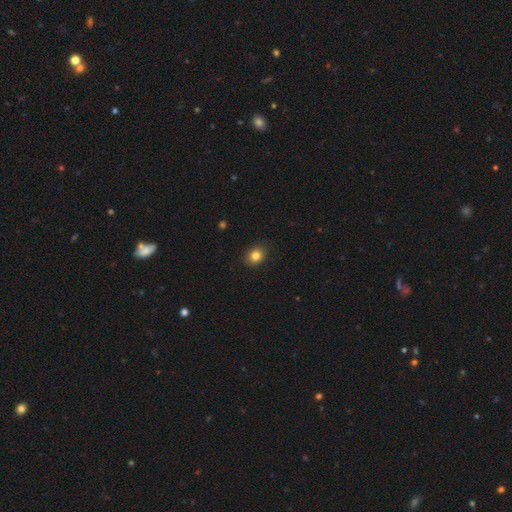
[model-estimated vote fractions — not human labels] A smooth galaxy with no disk features (83%) that is round (65%).

Vote fractions:
- Smooth or featured? smooth: 83% / star or artifact: 11% / featured or disk: 6%
- How rounded? round: 65% / in between: 34% / cigar-shaped: 1%
- Merging? none: 88% / minor disturbance: 9% / major disturbance: 2% / merger: 1%